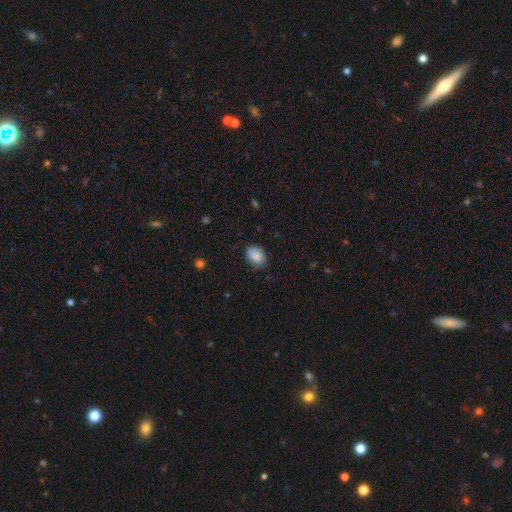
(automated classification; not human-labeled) smooth_or_featured: smooth (p=0.87) [alt: star or artifact p=0.08]
how_rounded: in between (p=0.69) [alt: round p=0.30]
merging: none (p=0.76) [alt: minor disturbance p=0.19]